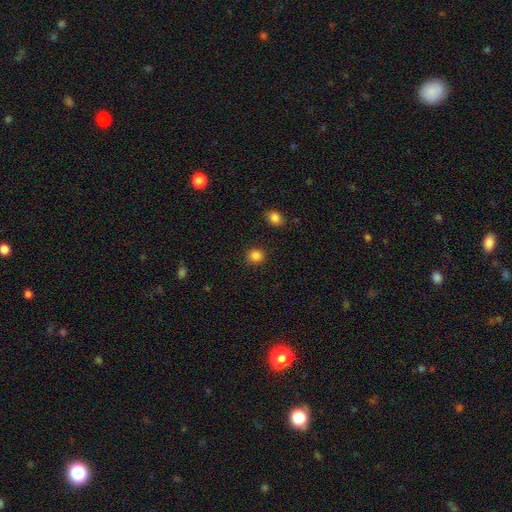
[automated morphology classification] Q: Smooth or featured?
A: smooth (85%); runner-up: star or artifact (11%)
Q: How rounded?
A: round (85%); runner-up: in between (14%)
Q: Merging?
A: none (89%); runner-up: minor disturbance (7%)